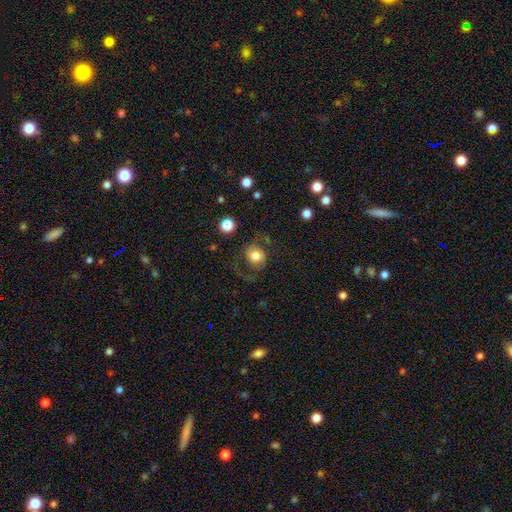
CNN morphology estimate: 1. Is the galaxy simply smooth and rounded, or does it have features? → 63% smooth, 28% featured or disk, 9% star or artifact.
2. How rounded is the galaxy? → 76% round, 23% in between, 1% cigar-shaped.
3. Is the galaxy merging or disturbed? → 54% none, 25% major disturbance, 18% minor disturbance, 3% merger.